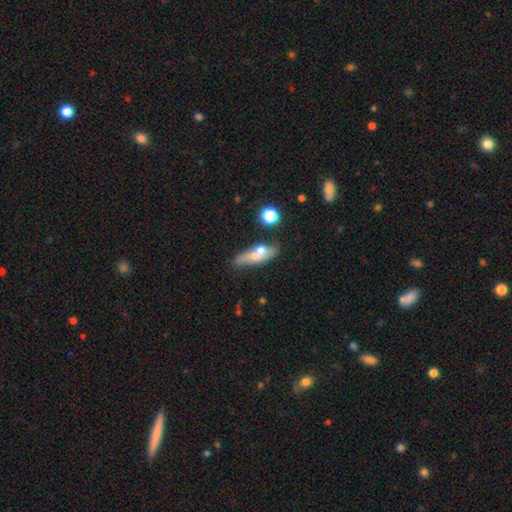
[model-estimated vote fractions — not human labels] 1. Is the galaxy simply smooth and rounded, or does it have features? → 48% smooth, 42% featured or disk, 10% star or artifact.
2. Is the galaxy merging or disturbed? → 54% none, 22% merger, 17% minor disturbance, 7% major disturbance.